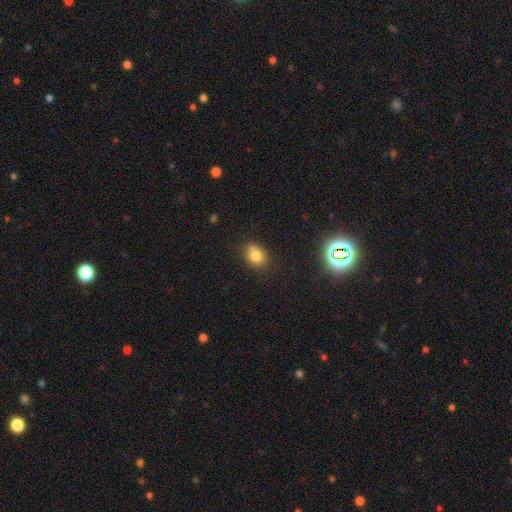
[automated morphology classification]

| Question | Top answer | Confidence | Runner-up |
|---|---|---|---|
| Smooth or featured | smooth | 79% | star or artifact (13%) |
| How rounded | in between | 63% | round (36%) |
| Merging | none | 78% | minor disturbance (16%) |